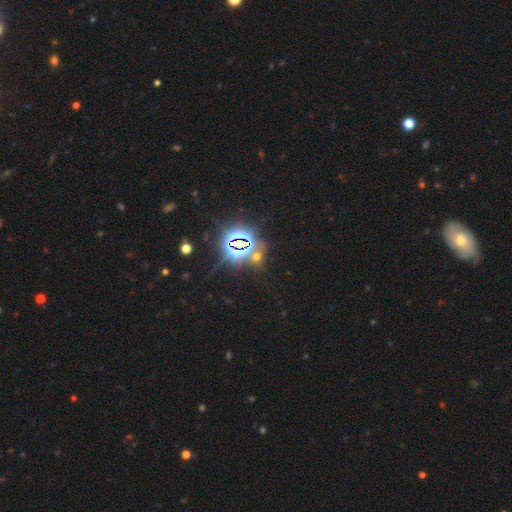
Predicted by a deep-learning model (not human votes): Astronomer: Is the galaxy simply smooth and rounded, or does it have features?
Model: star or artifact — 75%.